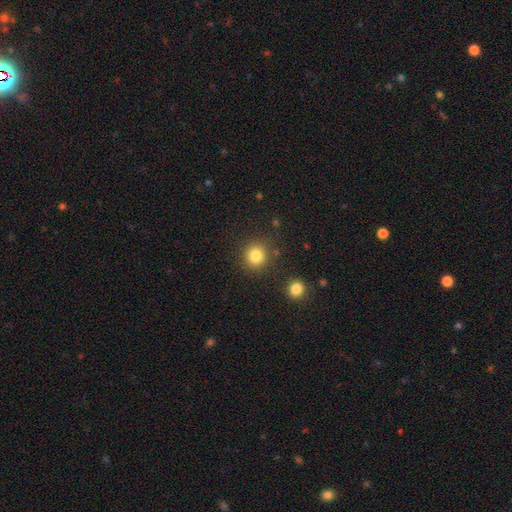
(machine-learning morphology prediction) The model was most divided on "smooth or featured": smooth: 83%, star or artifact: 11%, featured or disk: 5%. More confident: how rounded — round (90%); merging — none (86%).